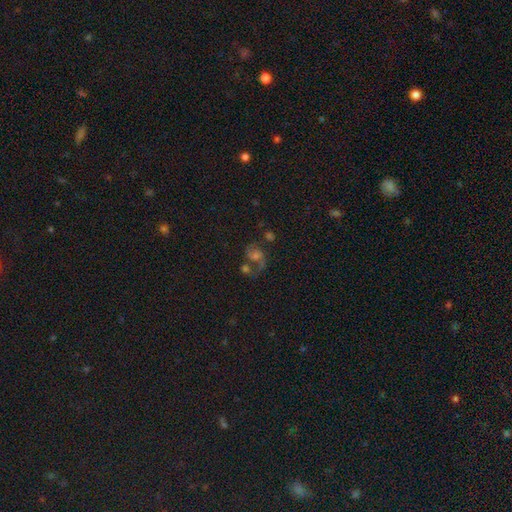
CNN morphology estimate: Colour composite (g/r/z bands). It shows a featured or disk galaxy (60%) with no bar (69%), spiral arms (84%) and a moderate central bulge (45%). Merging: none (39%).